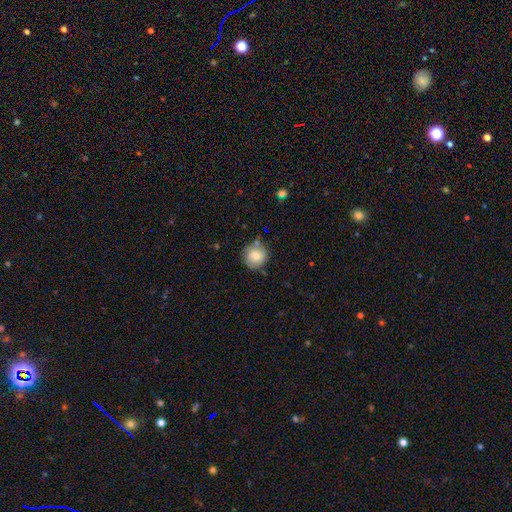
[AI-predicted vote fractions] Smooth or featured: smooth — 76% (featured or disk — 16%)
How rounded: round — 90% (in between — 9%)
Merging: none — 73% (minor disturbance — 18%)